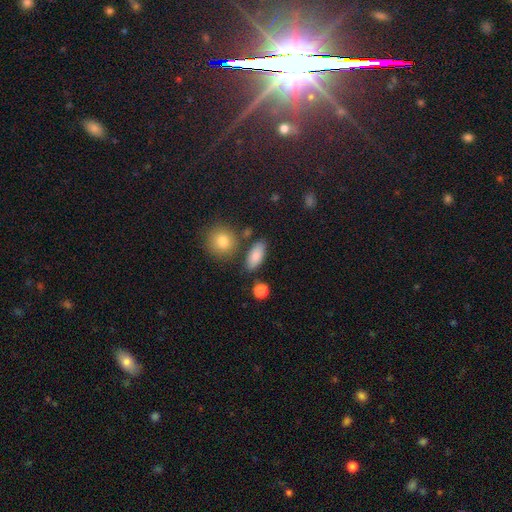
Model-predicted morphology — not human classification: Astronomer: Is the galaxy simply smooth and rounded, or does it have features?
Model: smooth — 84%.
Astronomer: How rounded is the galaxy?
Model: in between — 83%.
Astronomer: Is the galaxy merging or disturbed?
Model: none — 79%.